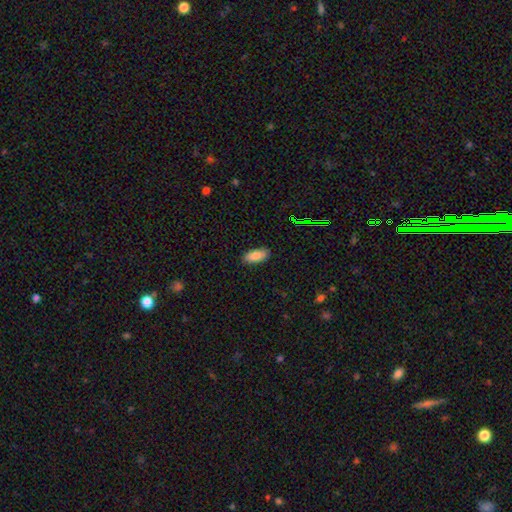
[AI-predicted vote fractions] Smooth or featured: smooth — 85% (star or artifact — 8%)
How rounded: in between — 87% (cigar-shaped — 11%)
Merging: none — 89% (minor disturbance — 9%)